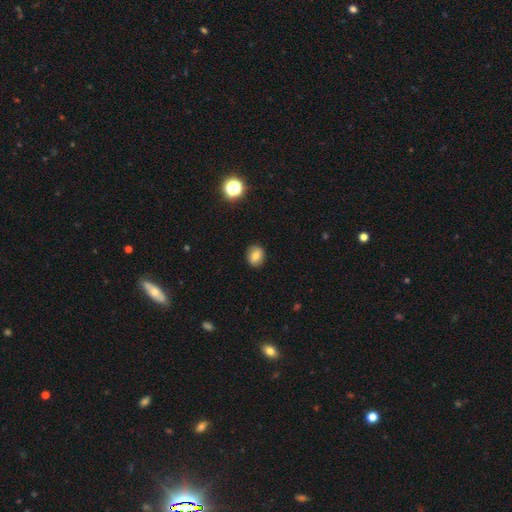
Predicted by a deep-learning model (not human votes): smooth-or-featured: smooth: 78% | star or artifact: 11% | featured or disk: 11%
  how-rounded: round: 61% | in between: 38% | cigar-shaped: 1%
  merging: none: 89% | minor disturbance: 8% | major disturbance: 2% | merger: 1%